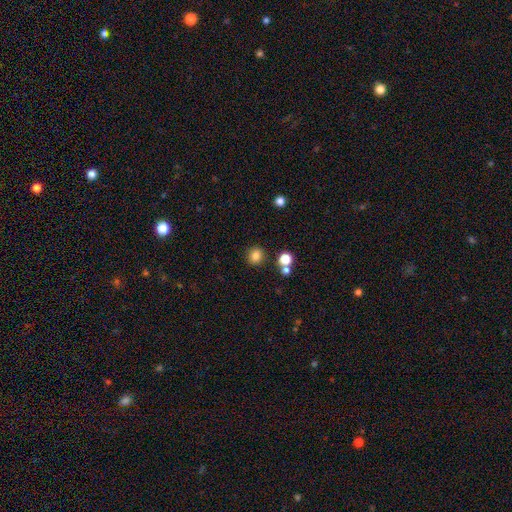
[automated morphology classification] The model was most divided on "smooth or featured": smooth: 82%, star or artifact: 13%, featured or disk: 5%. More confident: how rounded — round (85%); merging — none (85%).